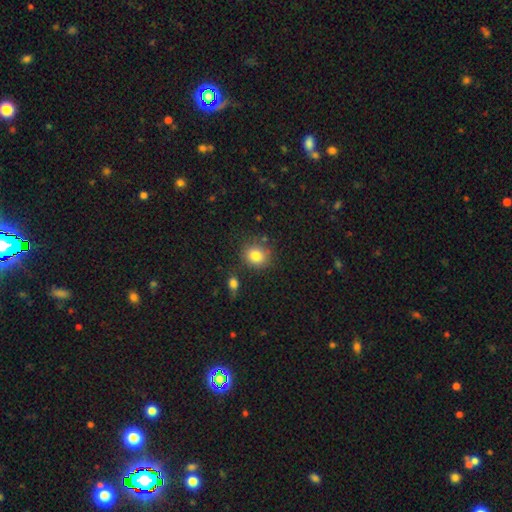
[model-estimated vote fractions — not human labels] The model was most divided on "how rounded": round: 77%, in between: 22%, cigar-shaped: 1%. More confident: smooth or featured — smooth (83%); merging — none (81%).